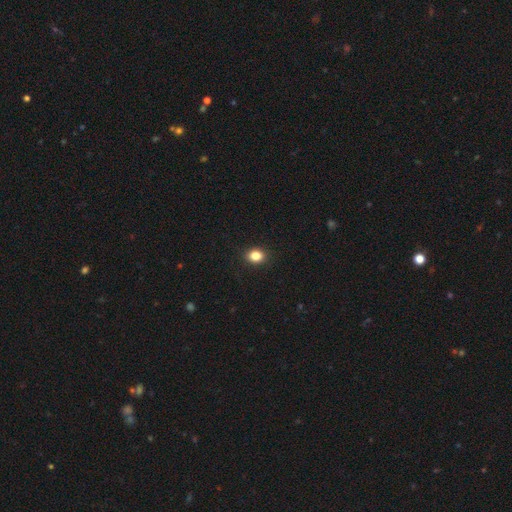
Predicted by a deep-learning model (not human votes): Morphology: type=smooth (84%); roundness=round (52%); merging=none (91%).